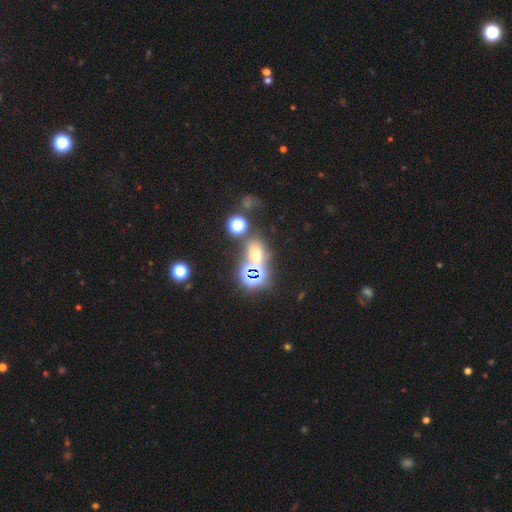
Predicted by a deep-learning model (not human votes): This is possibly a smooth galaxy (46%). Merging: likely none (62%).